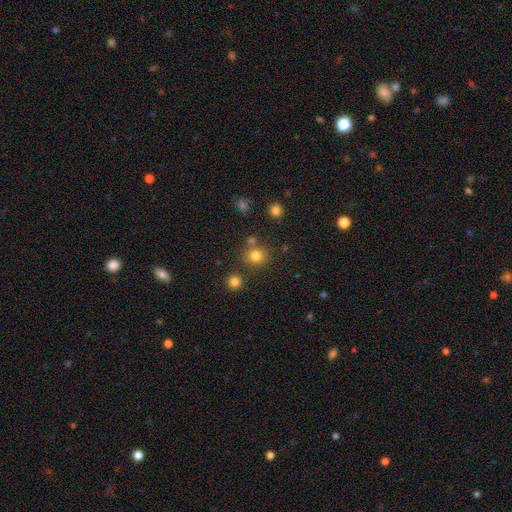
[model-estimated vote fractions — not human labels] smooth 79%, star or artifact 15%, featured or disk 6%. Down the decision tree: how rounded — round (87%); merging — none (76%).